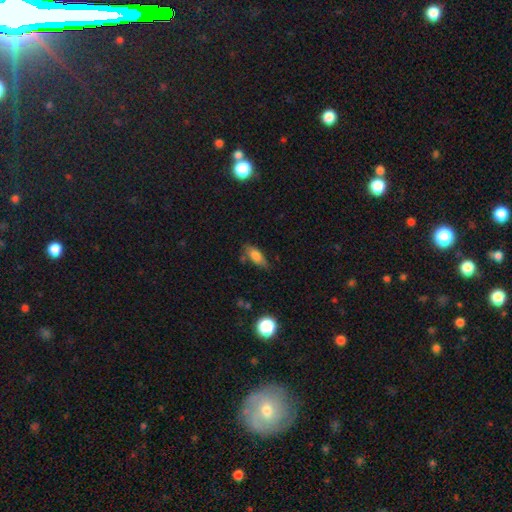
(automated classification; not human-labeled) Smooth or featured? Predicted: smooth (p=0.75). How rounded? Predicted: in between (p=0.72). Merging? Predicted: none (p=0.68).